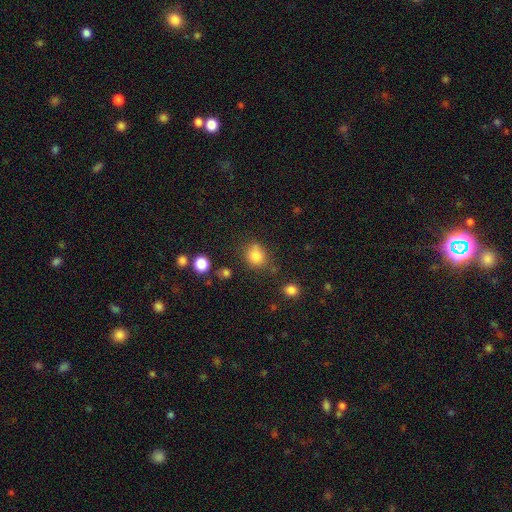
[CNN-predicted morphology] Overall: smooth (83%). How rounded: round (66%; in between 33%). Merging: none (68%).